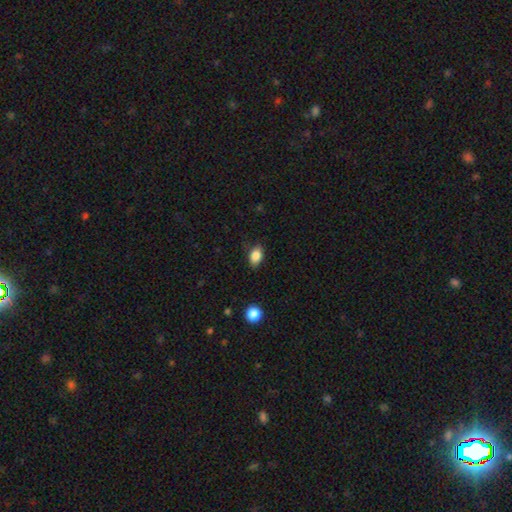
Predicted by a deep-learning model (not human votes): A smooth galaxy with no disk features (86%) that is in between round and cigar-shaped (84%).

Vote fractions:
- Smooth or featured? smooth: 86% / star or artifact: 9% / featured or disk: 5%
- How rounded? in between: 84% / round: 14% / cigar-shaped: 2%
- Merging? none: 83% / minor disturbance: 13% / major disturbance: 3% / merger: 1%